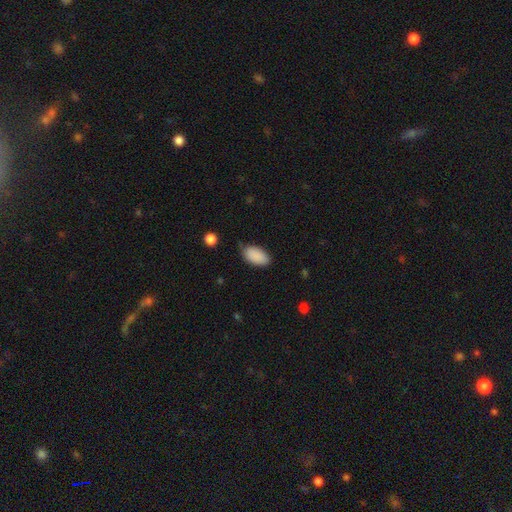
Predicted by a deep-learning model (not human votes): Smooth or featured? Predicted: smooth (p=0.90). How rounded? Predicted: in between (p=0.95). Merging? Predicted: none (p=0.72).